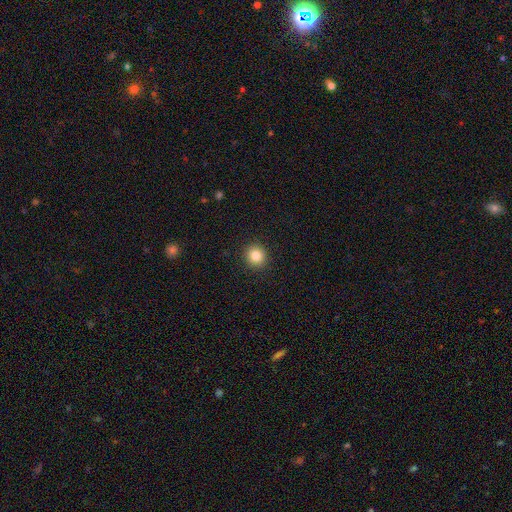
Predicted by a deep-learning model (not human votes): A smooth galaxy with no disk features (84%) that is round (89%).

Vote fractions:
- Smooth or featured? smooth: 84% / star or artifact: 10% / featured or disk: 6%
- How rounded? round: 89% / in between: 10% / cigar-shaped: 1%
- Merging? none: 92% / minor disturbance: 5% / major disturbance: 2% / merger: 1%